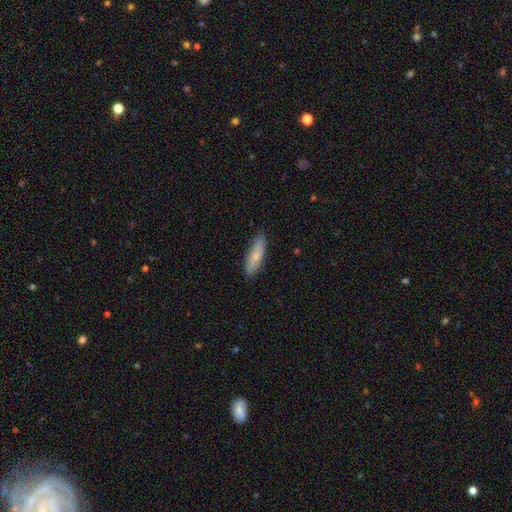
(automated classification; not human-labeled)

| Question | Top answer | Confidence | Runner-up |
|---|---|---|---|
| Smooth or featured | smooth | 72% | featured or disk (22%) |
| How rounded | cigar-shaped | 57% | in between (41%) |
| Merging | none | 86% | minor disturbance (11%) |